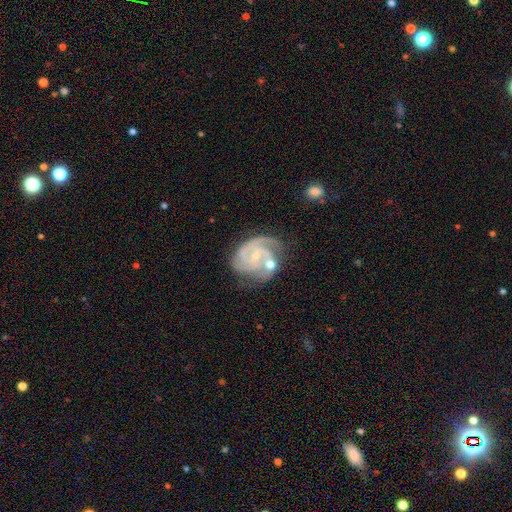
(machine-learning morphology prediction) smooth_or_featured: featured or disk (p=0.87) [alt: smooth p=0.07]
disk_edge_on: no (p=0.98) [alt: yes p=0.02]
bar: no (p=0.59) [alt: weak p=0.33]
has_spiral_arms: yes (p=0.97) [alt: no p=0.03]
spiral_winding: tight (p=0.58) [alt: medium p=0.36]
spiral_arm_count: 3 (p=0.41) [alt: 2 p=0.28]
bulge_size: small (p=0.71) [alt: moderate p=0.23]
merging: none (p=0.48) [alt: merger p=0.21]